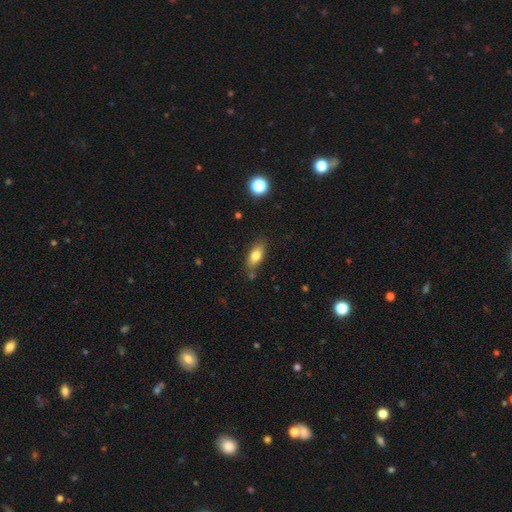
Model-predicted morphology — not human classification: Q: Smooth or featured?
A: smooth (78%); runner-up: featured or disk (14%)
Q: How rounded?
A: in between (79%); runner-up: cigar-shaped (16%)
Q: Merging?
A: none (76%); runner-up: minor disturbance (16%)